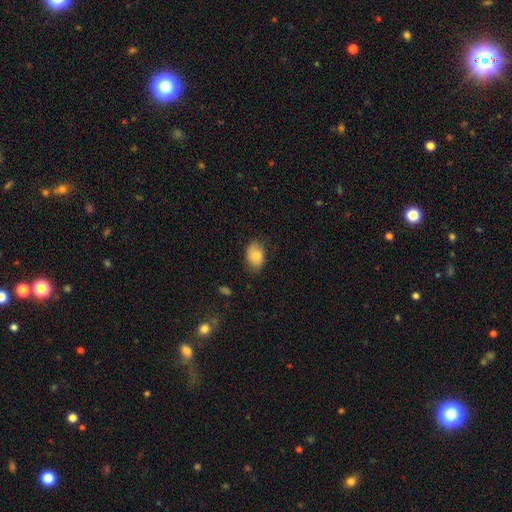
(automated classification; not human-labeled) A smooth galaxy with no disk features (84%) that is in between round and cigar-shaped (82%).

Vote fractions:
- Smooth or featured? smooth: 84% / featured or disk: 9% / star or artifact: 7%
- How rounded? in between: 82% / round: 17% / cigar-shaped: 1%
- Merging? none: 76% / minor disturbance: 19% / major disturbance: 4% / merger: 1%